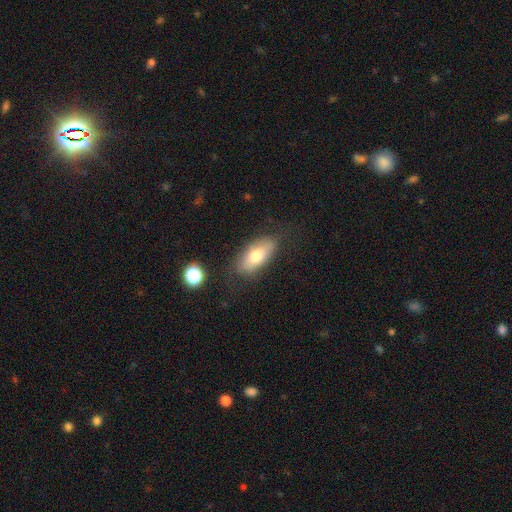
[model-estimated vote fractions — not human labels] smooth 72%, featured or disk 21%, star or artifact 8%. Down the decision tree: how rounded — in between (86%); merging — none (77%).